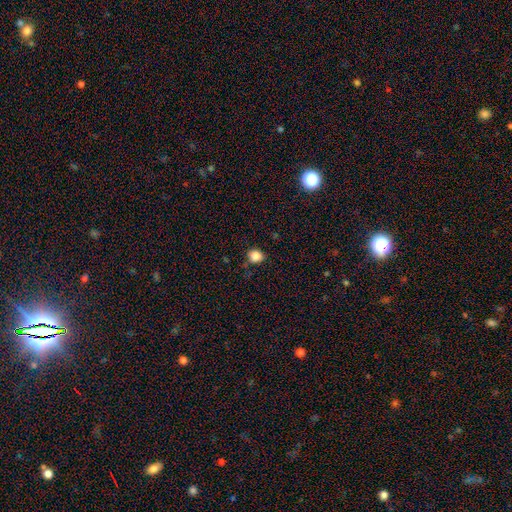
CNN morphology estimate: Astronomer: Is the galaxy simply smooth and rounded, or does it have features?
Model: smooth — 84%.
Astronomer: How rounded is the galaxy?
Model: round — 74%.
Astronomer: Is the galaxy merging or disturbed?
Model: none — 83%.